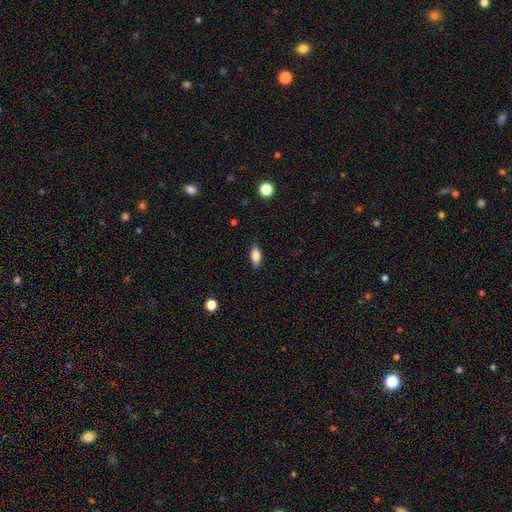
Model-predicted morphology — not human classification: smooth_or_featured: smooth (p=0.76) [alt: featured or disk p=0.17]
how_rounded: in between (p=0.75) [alt: cigar-shaped p=0.22]
merging: none (p=0.86) [alt: minor disturbance p=0.11]